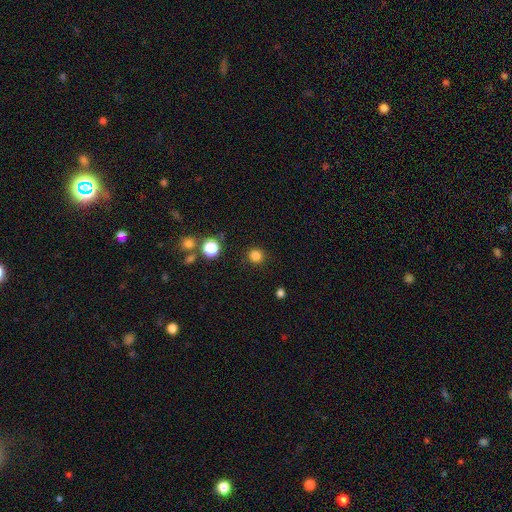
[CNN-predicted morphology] This appears to be a smooth galaxy with no disk features (82%) that is round (93%). Merging: none (90%).